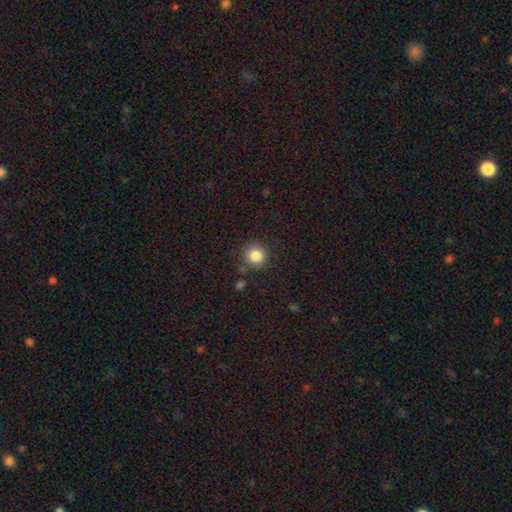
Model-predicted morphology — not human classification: Smooth or featured? smooth (84%)
How rounded? round (93%)
Merging? none (84%)